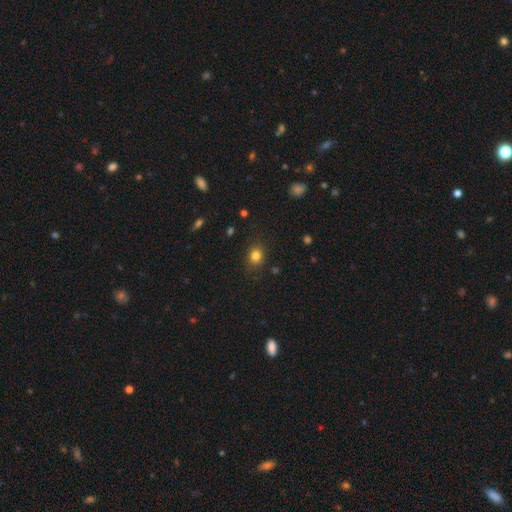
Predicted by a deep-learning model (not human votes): smooth_or_featured: smooth (p=0.81) [alt: star or artifact p=0.13]
how_rounded: round (p=0.65) [alt: in between p=0.34]
merging: none (p=0.83) [alt: minor disturbance p=0.12]